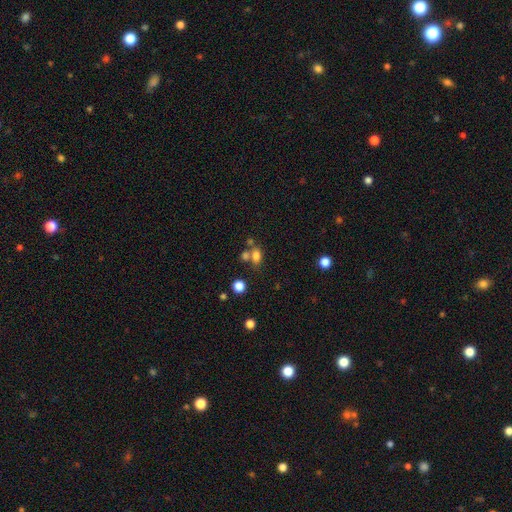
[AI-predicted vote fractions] Smooth or featured?
  - smooth: 76% *
  - star or artifact: 14%
  - featured or disk: 10%
How rounded?
  - in between: 74% *
  - round: 24%
  - cigar-shaped: 3%
Merging?
  - none: 48% *
  - merger: 33%
  - minor disturbance: 13%
  - major disturbance: 6%